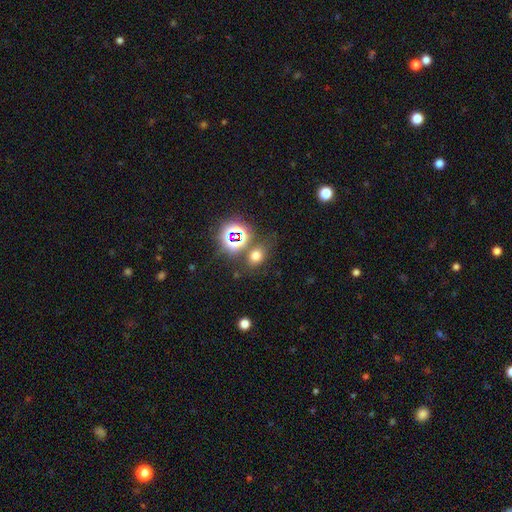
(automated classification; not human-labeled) Smooth or featured? smooth (63%)
How rounded? in between (52%)
Merging? none (69%)